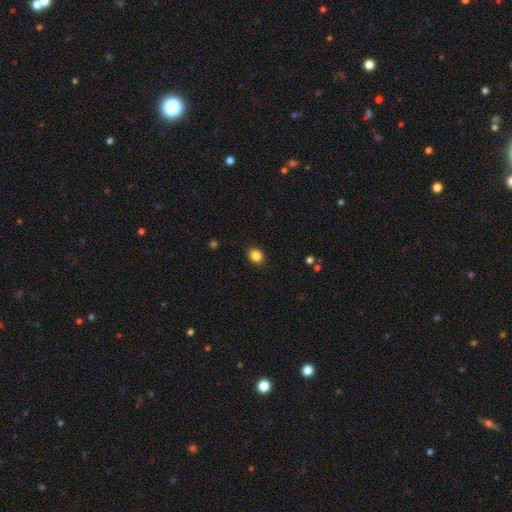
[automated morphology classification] smooth 86%, star or artifact 10%, featured or disk 4%. Down the decision tree: how rounded — round (50%); merging — none (90%).